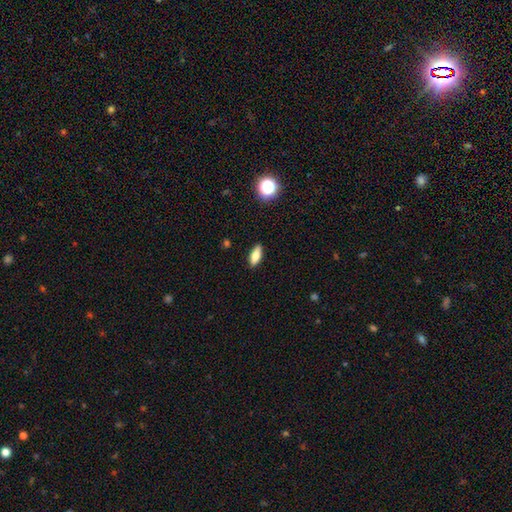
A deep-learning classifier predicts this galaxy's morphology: A smooth galaxy with no disk features (73%) that is in between round and cigar-shaped (65%).

Vote fractions:
- Smooth or featured? smooth: 73% / featured or disk: 18% / star or artifact: 9%
- How rounded? in between: 65% / cigar-shaped: 31% / round: 3%
- Merging? none: 89% / minor disturbance: 8% / major disturbance: 2% / merger: 1%